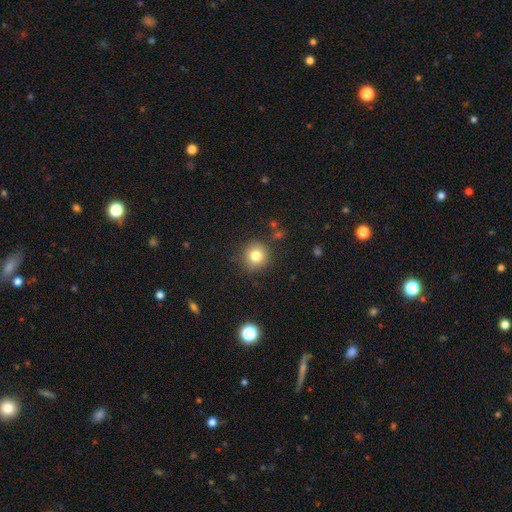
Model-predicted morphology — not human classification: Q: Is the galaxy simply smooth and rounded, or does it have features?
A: smooth — 80%.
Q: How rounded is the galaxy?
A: round — 93%.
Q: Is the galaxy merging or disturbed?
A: none — 85%.